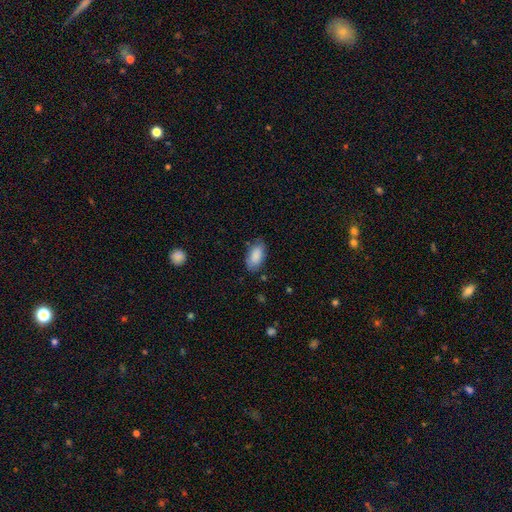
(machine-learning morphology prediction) smooth 86%, featured or disk 8%, star or artifact 6%. Down the decision tree: how rounded — in between (93%); merging — none (76%).